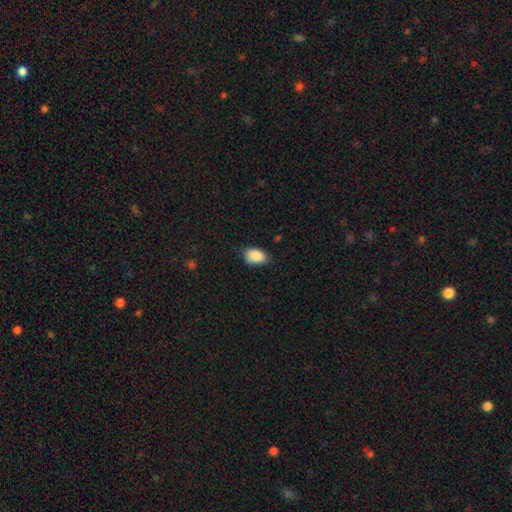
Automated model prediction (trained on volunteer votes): smooth_or_featured: smooth (p=0.88) [alt: star or artifact p=0.07]
how_rounded: in between (p=0.86) [alt: round p=0.12]
merging: none (p=0.71) [alt: minor disturbance p=0.24]